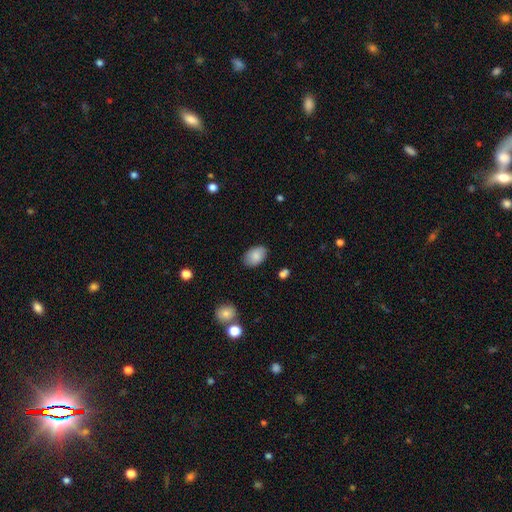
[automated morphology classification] Overall: smooth (86%). How rounded: in between (88%). Merging: none (83%).